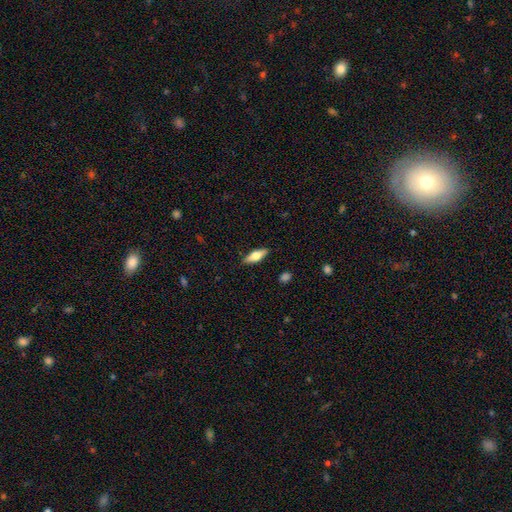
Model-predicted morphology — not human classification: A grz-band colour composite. It shows a smooth galaxy with no disk features (52%) that is in between round and cigar-shaped (59%). Merging: none (88%).